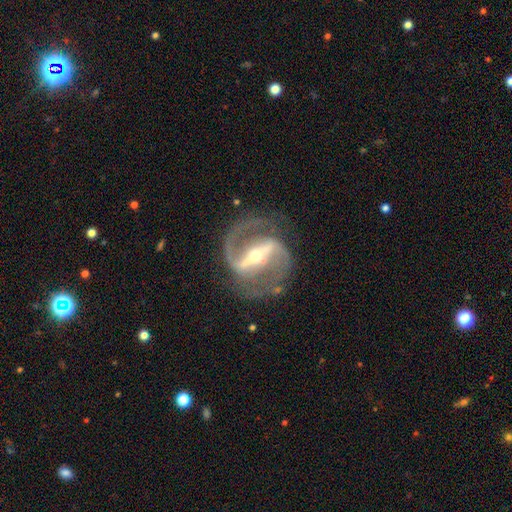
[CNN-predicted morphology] Smooth or featured: featured or disk — 92% (star or artifact — 5%)
Edge-on disk: no — 96% (yes — 4%)
Bar: strong — 77% (weak — 17%)
Spiral arms: yes — 97% (no — 3%)
Spiral winding: medium — 60% (loose — 22%)
Spiral arm count: 2 — 93% (can't tell — 2%)
Bulge size: small — 55% (moderate — 40%)
Merging: none — 77% (minor disturbance — 13%)